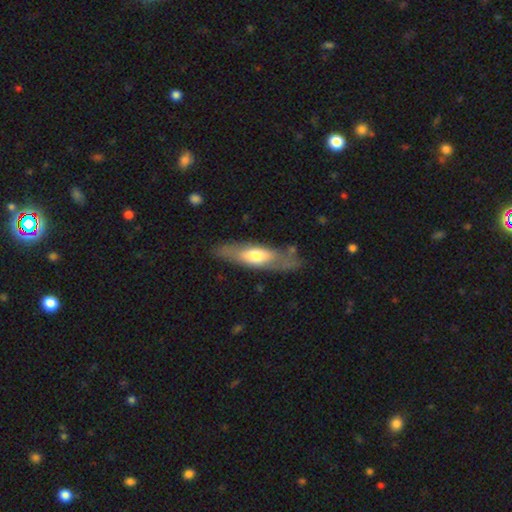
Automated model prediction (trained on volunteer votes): Q: Smooth or featured?
A: smooth (50%); runner-up: featured or disk (44%)
Q: How rounded?
A: cigar-shaped (51%); runner-up: in between (46%)
Q: Merging?
A: none (73%); runner-up: minor disturbance (17%)